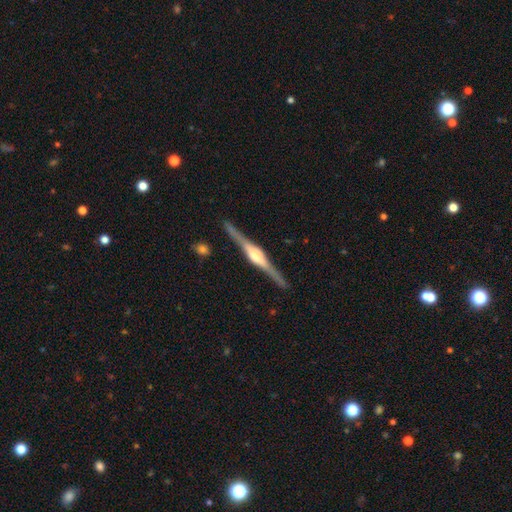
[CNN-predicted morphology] This appears to be a featured or disk galaxy (87%) viewed edge-on (98%) with a rounded central bulge (75%). Merging: none (89%).